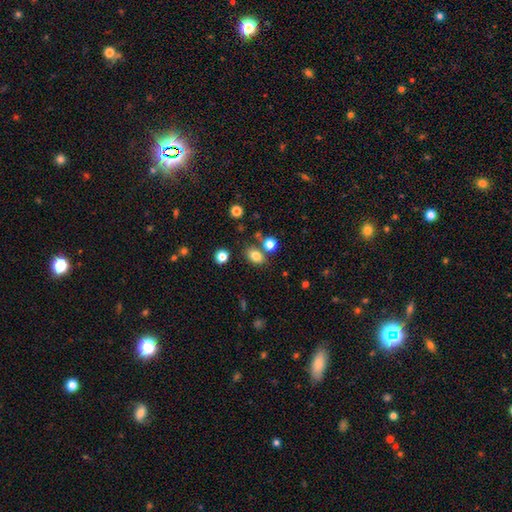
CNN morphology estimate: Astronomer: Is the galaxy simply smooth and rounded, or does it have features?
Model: smooth — 80%.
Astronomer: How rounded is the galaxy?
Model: in between — 72%.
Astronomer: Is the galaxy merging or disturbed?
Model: none — 70%.